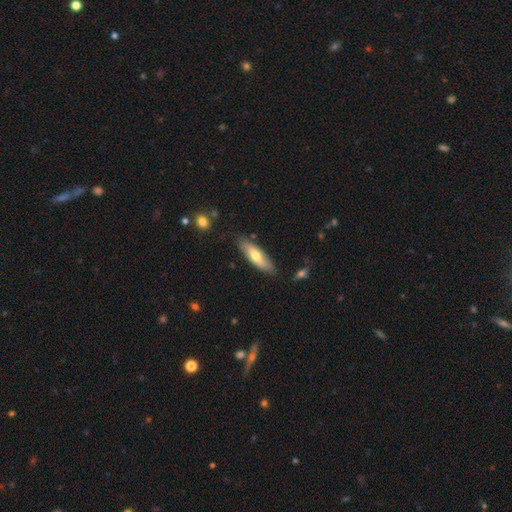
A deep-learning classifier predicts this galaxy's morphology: smooth 59%, featured or disk 36%, star or artifact 6%. Down the decision tree: how rounded — cigar-shaped (52%); merging — none (80%).